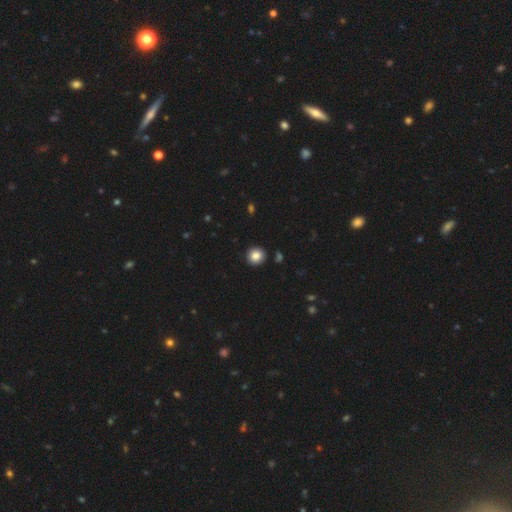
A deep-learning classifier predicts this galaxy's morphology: This appears to be a smooth galaxy with no disk features (85%) that is round (90%). Merging: none (91%).